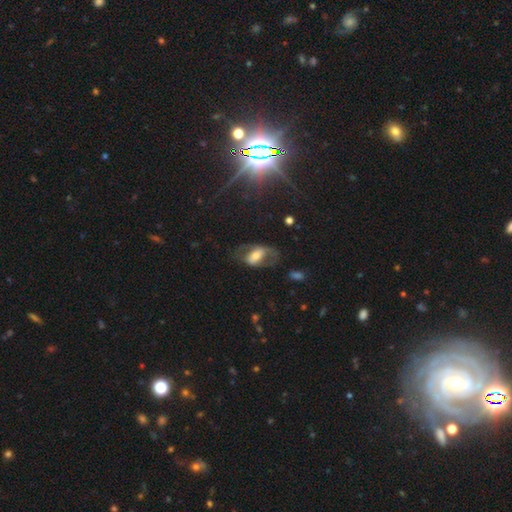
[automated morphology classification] Smooth or featured?
  - featured or disk: 54% *
  - smooth: 38%
  - star or artifact: 9%
Edge-on disk?
  - no: 90% *
  - yes: 10%
Merging?
  - none: 49% *
  - major disturbance: 27%
  - minor disturbance: 22%
  - merger: 2%